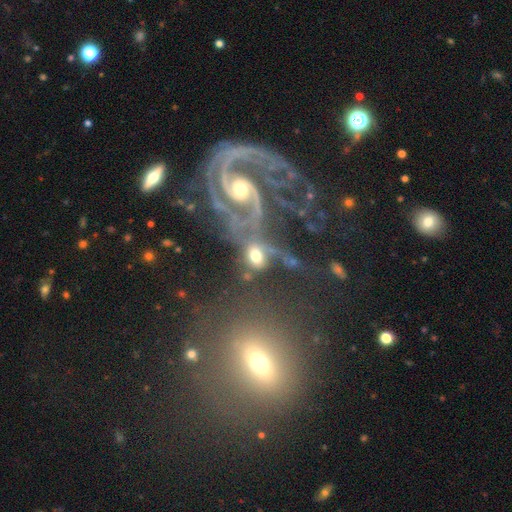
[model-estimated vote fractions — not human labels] smooth-or-featured: featured or disk: 42% (tied) | smooth: 42% (tied) | star or artifact: 16%
  merging: merger: 41% | none: 26% | major disturbance: 21% | minor disturbance: 12%